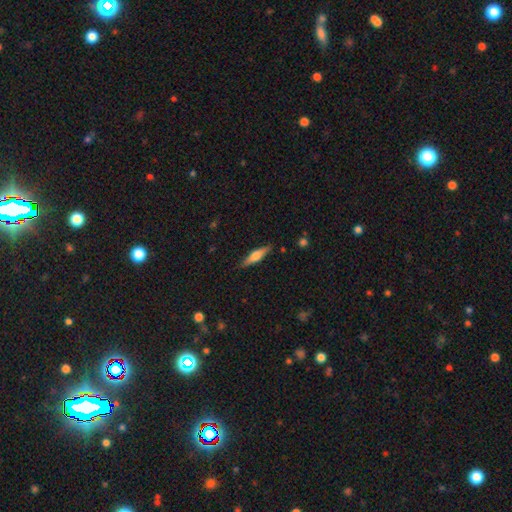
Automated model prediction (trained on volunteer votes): smooth_or_featured: smooth (p=0.47) [tied with: featured or disk p=0.47]
merging: none (p=0.86) [alt: minor disturbance p=0.10]